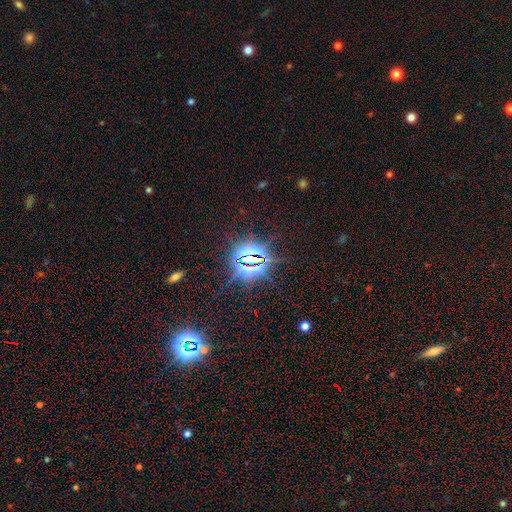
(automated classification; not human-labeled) The model was most divided on "smooth or featured": star or artifact: 85%, smooth: 8%, featured or disk: 7%.